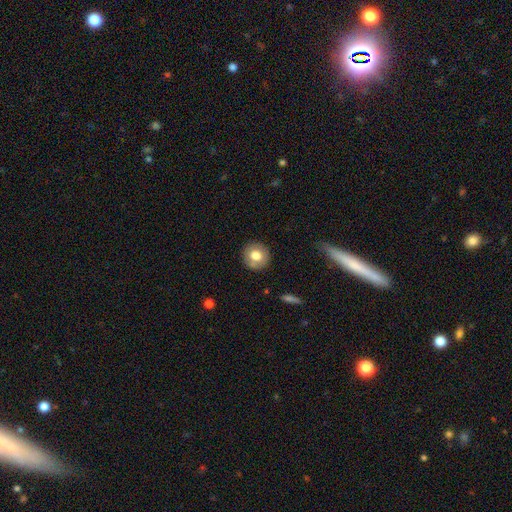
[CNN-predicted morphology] Smooth or featured?
  - smooth: 75% *
  - featured or disk: 16%
  - star or artifact: 9%
How rounded?
  - round: 91% *
  - in between: 8%
  - cigar-shaped: 1%
Merging?
  - none: 87% *
  - minor disturbance: 9%
  - major disturbance: 2%
  - merger: 2%